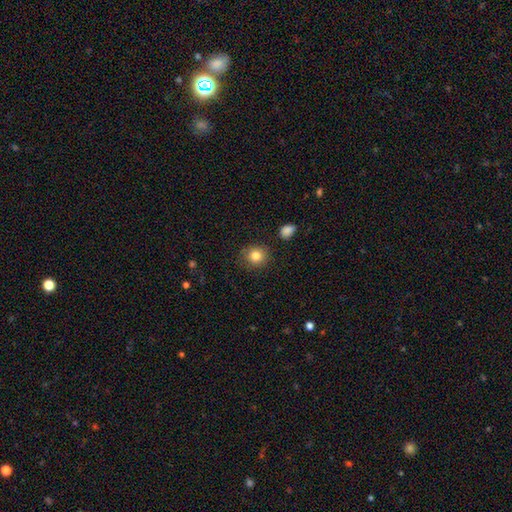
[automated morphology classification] The model was most divided on "how rounded": round: 84%, in between: 15%, cigar-shaped: 1%. More confident: merging — none (86%); smooth or featured — smooth (83%).